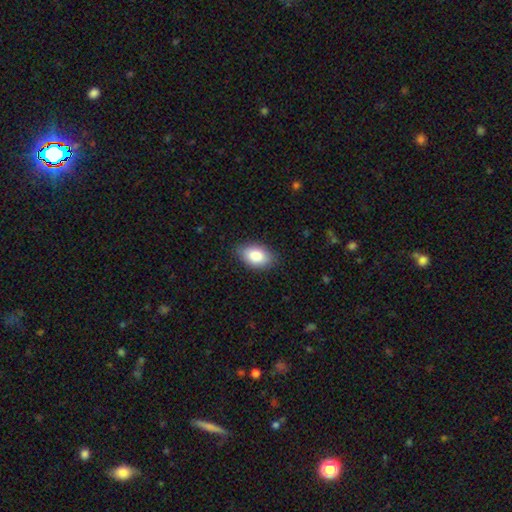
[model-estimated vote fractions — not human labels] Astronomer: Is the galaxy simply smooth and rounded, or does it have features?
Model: smooth — 86%.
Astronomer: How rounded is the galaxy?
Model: in between — 92%.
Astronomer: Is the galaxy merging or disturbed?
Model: none — 83%.